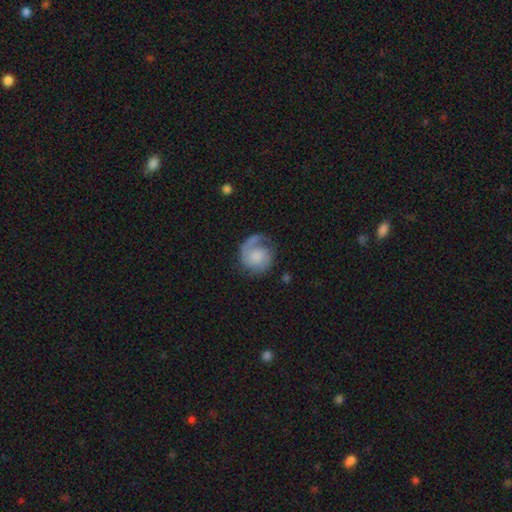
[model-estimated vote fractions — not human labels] The model was most divided on "spiral winding": tight: 39%, medium: 37%, loose: 24%. Remaining: edge-on disk — no (98%); spiral arms — yes (89%); bar — no (73%); spiral arm count — 1 (64%); smooth or featured — featured or disk (60%); merging — none (55%); bulge size — none (30%).